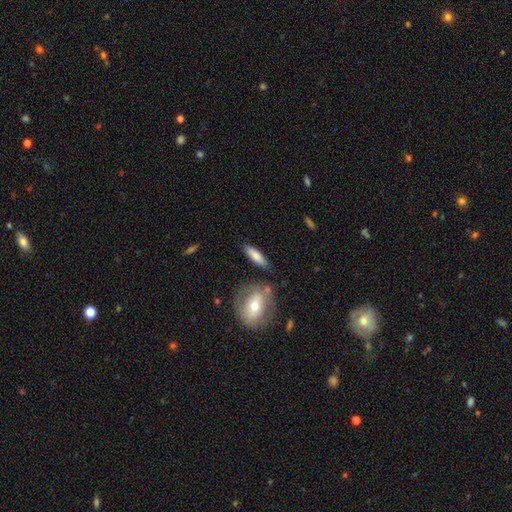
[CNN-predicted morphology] A smooth galaxy with no disk features (77%) that is cigar-shaped (53%). Merging: none (80%).